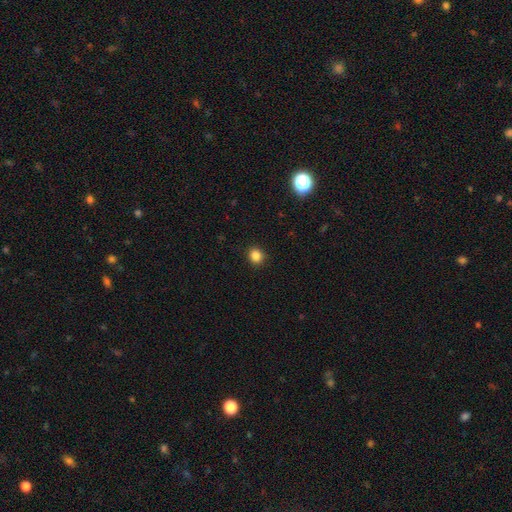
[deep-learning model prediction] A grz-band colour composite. It shows a smooth galaxy with no disk features (85%) that is round (80%). Merging: none (91%).